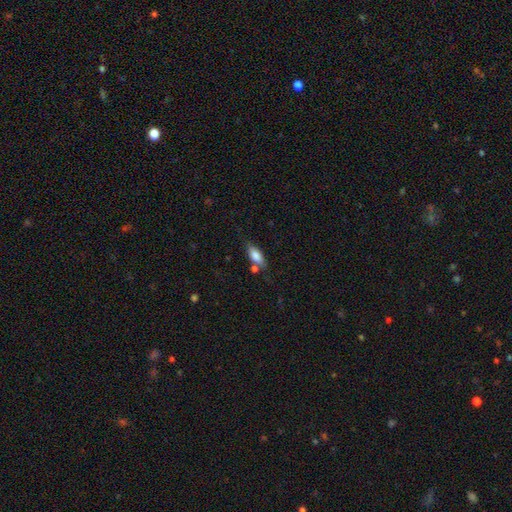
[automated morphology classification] This is likely a smooth galaxy (80%). How rounded: clearly in between (81%). Merging: likely none (62%).